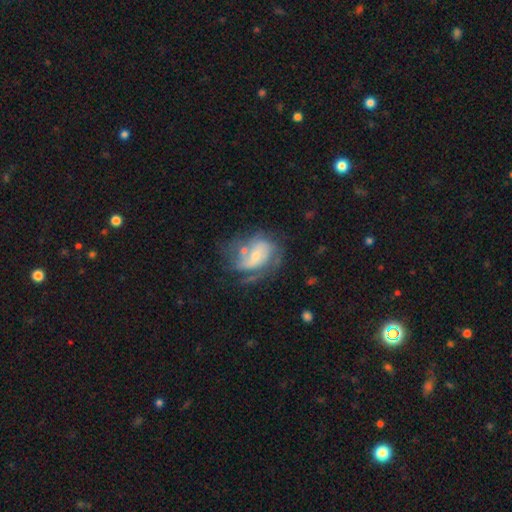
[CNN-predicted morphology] Q: Smooth or featured?
A: featured or disk (70%); runner-up: smooth (22%)
Q: Edge-on disk?
A: no (97%); runner-up: yes (3%)
Q: Bar?
A: no (49%); runner-up: weak (39%)
Q: Spiral arms?
A: yes (76%); runner-up: no (24%)
Q: Spiral winding?
A: medium (43%); runner-up: tight (33%)
Q: Spiral arm count?
A: 2 (39%); runner-up: can't tell (34%)
Q: Bulge size?
A: small (52%); runner-up: moderate (39%)
Q: Merging?
A: none (40%); runner-up: major disturbance (25%)